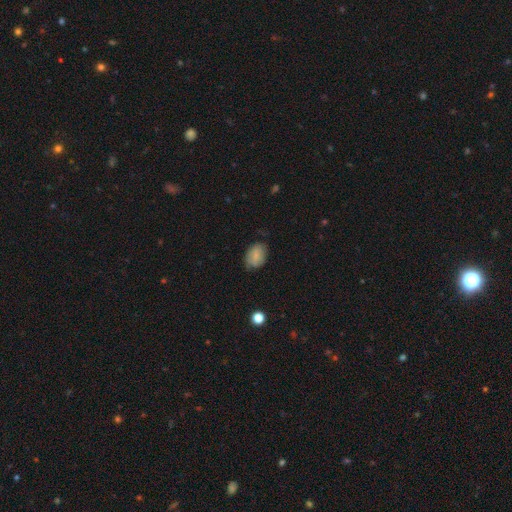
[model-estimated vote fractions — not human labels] Smooth or featured? smooth (79%)
How rounded? in between (82%)
Merging? none (69%)